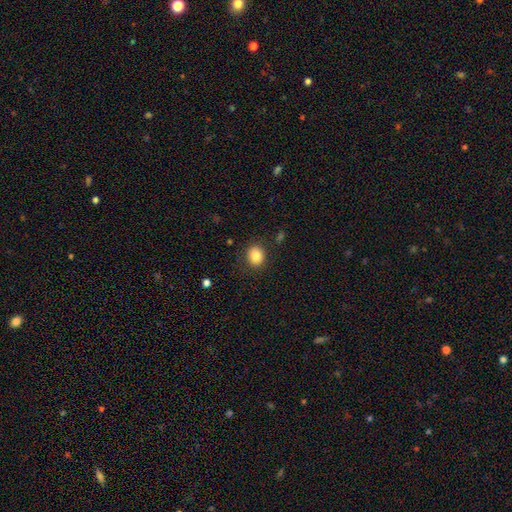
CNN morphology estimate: The model was most divided on "how rounded": round: 65%, in between: 34%, cigar-shaped: 1%. More confident: merging — none (87%); smooth or featured — smooth (84%).